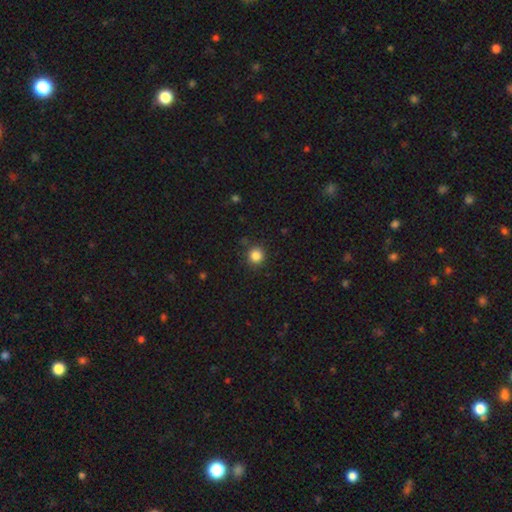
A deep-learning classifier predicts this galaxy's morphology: smooth-or-featured: smooth: 85% | star or artifact: 12% | featured or disk: 4%
  how-rounded: round: 93% | in between: 7% | cigar-shaped: 1%
  merging: none: 88% | minor disturbance: 8% | major disturbance: 2% | merger: 2%